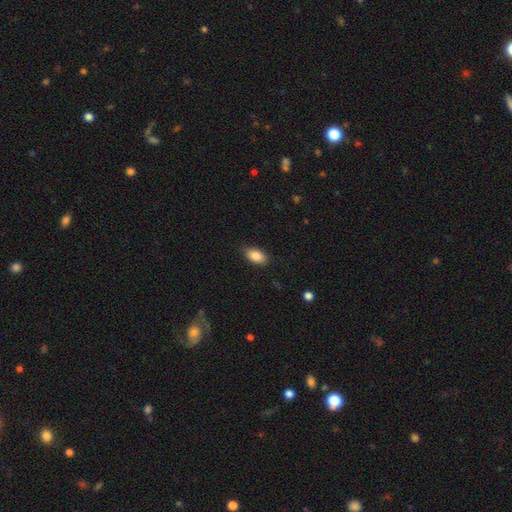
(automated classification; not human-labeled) Overall: smooth (86%). How rounded: in between (92%). Merging: none (86%).